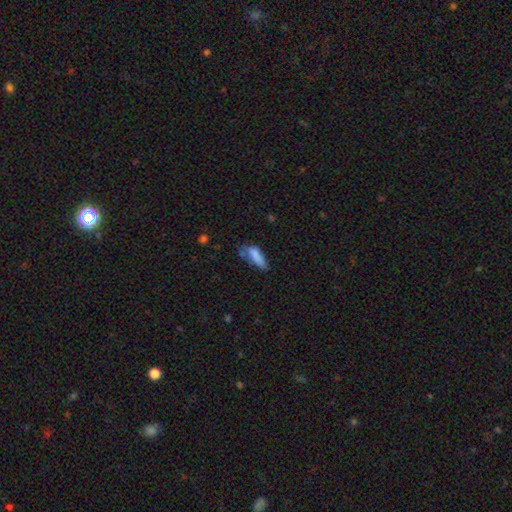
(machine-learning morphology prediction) Smooth or featured? Predicted: smooth (p=0.80). How rounded? Predicted: in between (p=0.54). Merging? Predicted: none (p=0.38).